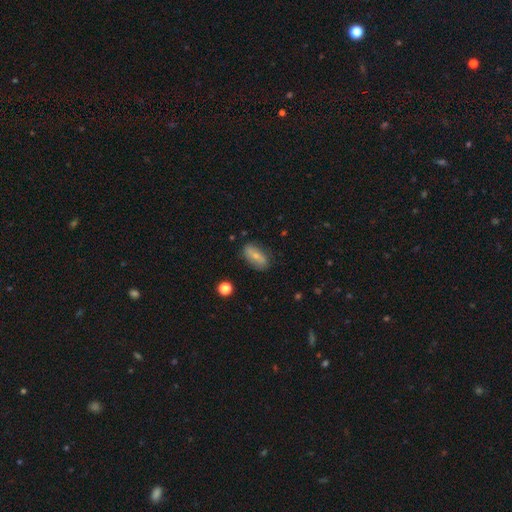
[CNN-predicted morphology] A smooth galaxy with no disk features (59%) that is in between round and cigar-shaped (83%).

Vote fractions:
- Smooth or featured? smooth: 59% / featured or disk: 33% / star or artifact: 8%
- How rounded? in between: 83% / cigar-shaped: 12% / round: 5%
- Merging? none: 79% / minor disturbance: 16% / major disturbance: 4% / merger: 2%